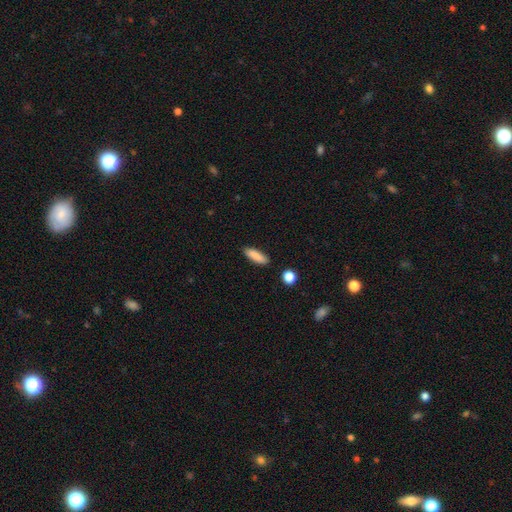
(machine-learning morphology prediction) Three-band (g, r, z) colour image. It shows a smooth galaxy with no disk features (87%) that is cigar-shaped (52%). Merging: none (87%).